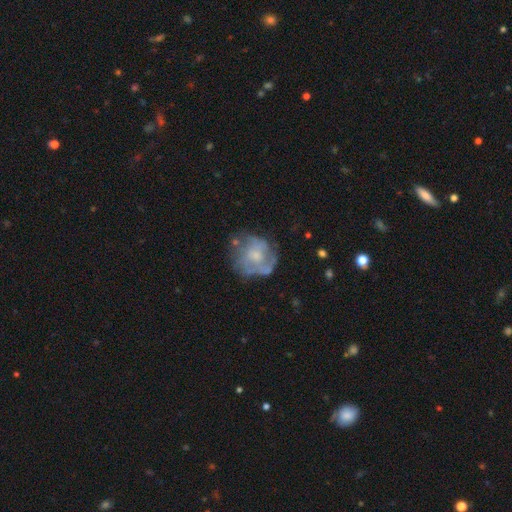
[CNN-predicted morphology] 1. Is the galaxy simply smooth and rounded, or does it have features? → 62% featured or disk, 30% smooth, 8% star or artifact.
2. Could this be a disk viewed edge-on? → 98% no, 2% yes.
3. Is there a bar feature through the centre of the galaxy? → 79% no, 18% weak, 3% strong.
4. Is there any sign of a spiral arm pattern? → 52% no, 48% yes.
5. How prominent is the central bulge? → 40% small (tied), 40% moderate (tied), 14% none, 5% large, 1% dominant.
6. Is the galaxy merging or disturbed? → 56% none, 23% minor disturbance, 18% major disturbance, 4% merger.